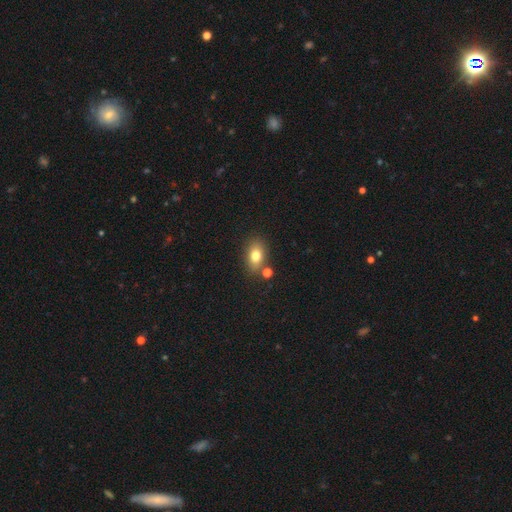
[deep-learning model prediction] Overall: smooth (77%). How rounded: in between (79%). Merging: none (74%).